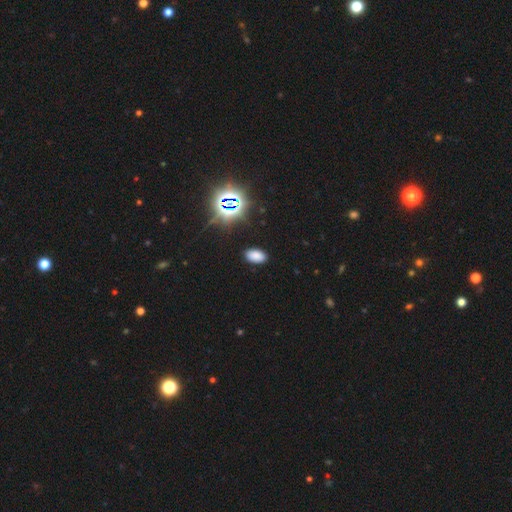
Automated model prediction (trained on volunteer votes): Morphology: type=smooth (75%); roundness=in between (93%); merging=none (88%).